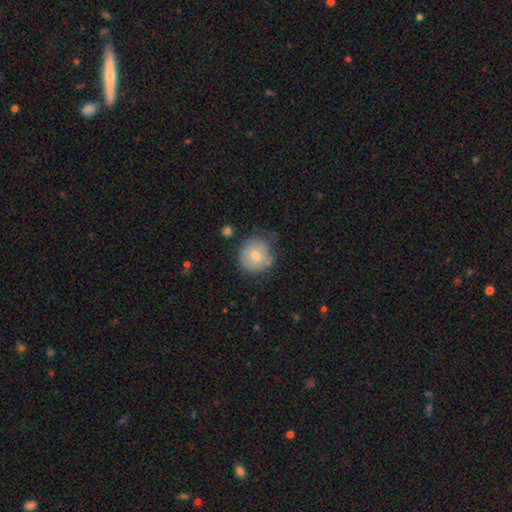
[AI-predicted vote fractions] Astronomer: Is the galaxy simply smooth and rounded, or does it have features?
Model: smooth — 74%.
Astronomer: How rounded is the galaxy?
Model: round — 89%.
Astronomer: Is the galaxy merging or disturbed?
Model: none — 67%.